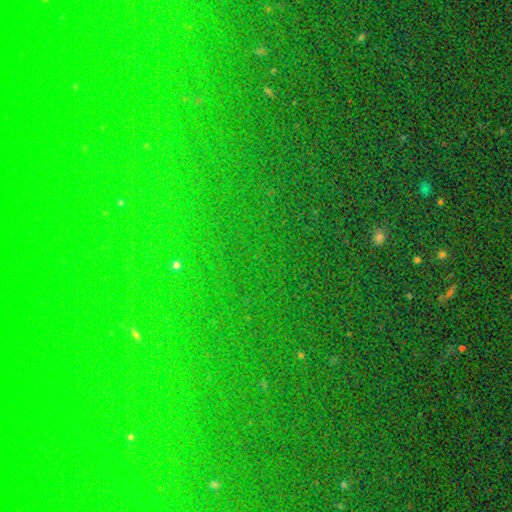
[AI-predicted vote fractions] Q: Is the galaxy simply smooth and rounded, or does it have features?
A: star or artifact — 79%.